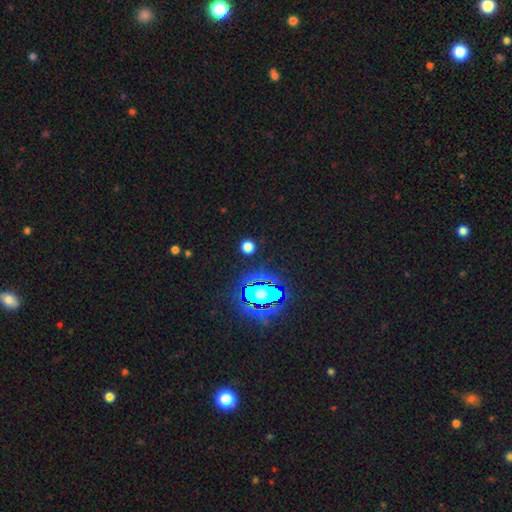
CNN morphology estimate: Q: Smooth or featured?
A: star or artifact (58%); runner-up: smooth (32%)